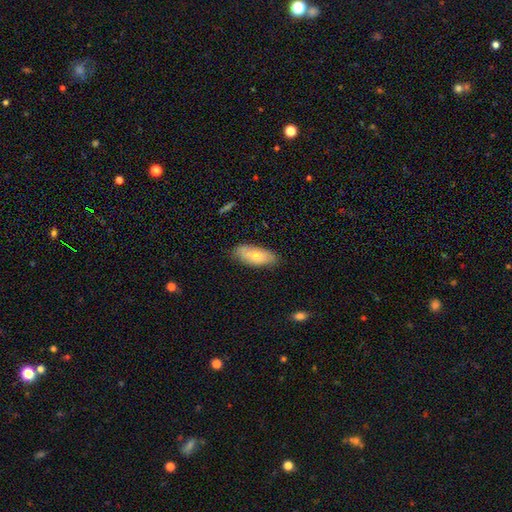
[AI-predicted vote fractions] Smooth or featured: smooth — 69% (featured or disk — 25%)
How rounded: in between — 83% (cigar-shaped — 15%)
Merging: none — 79% (minor disturbance — 17%)